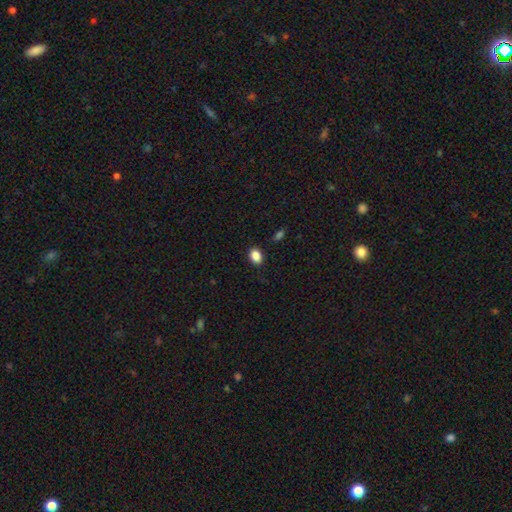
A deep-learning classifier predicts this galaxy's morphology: smooth 87%, star or artifact 9%, featured or disk 4%. Down the decision tree: how rounded — in between (72%); merging — none (87%).